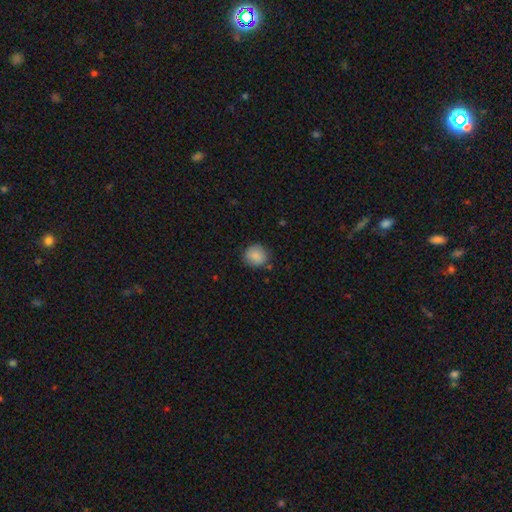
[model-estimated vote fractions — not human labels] smooth_or_featured: smooth (p=0.88) [alt: star or artifact p=0.08]
how_rounded: round (p=0.83) [alt: in between p=0.16]
merging: none (p=0.82) [alt: minor disturbance p=0.13]